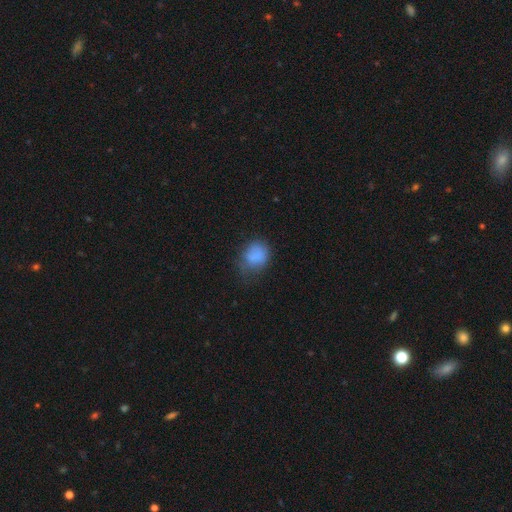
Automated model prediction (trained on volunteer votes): smooth_or_featured: smooth (p=0.78) [alt: featured or disk p=0.12]
how_rounded: round (p=0.51) [alt: in between p=0.48]
merging: none (p=0.46) [alt: minor disturbance p=0.33]